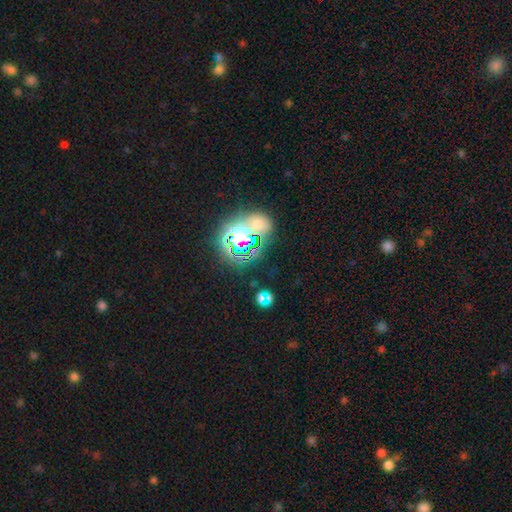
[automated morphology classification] smooth_or_featured: star or artifact (p=0.78) [alt: smooth p=0.14]